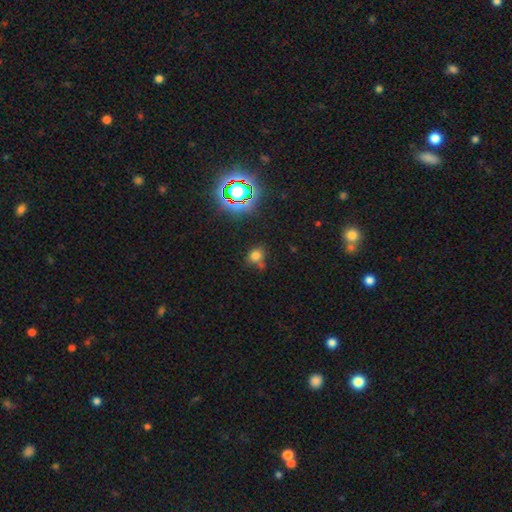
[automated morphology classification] Smooth or featured? smooth (68%)
How rounded? round (66%)
Merging? none (59%)